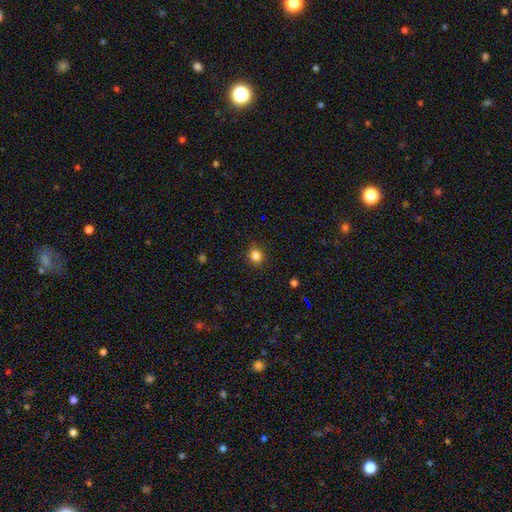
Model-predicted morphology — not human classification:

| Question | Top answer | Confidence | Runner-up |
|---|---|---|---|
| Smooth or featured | smooth | 83% | star or artifact (12%) |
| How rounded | round | 81% | in between (18%) |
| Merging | none | 88% | minor disturbance (9%) |